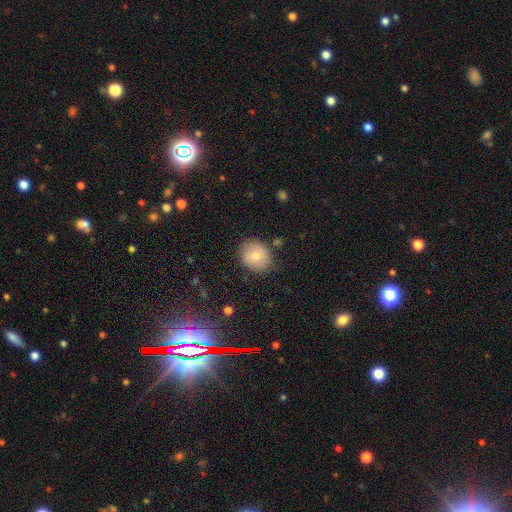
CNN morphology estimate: This appears to be a smooth galaxy with no disk features (75%) that is round (72%). Merging: none (82%).